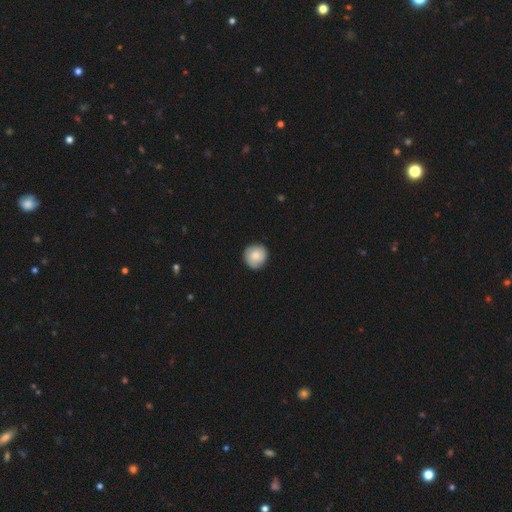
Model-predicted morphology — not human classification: Overall: smooth (74%). How rounded: round (93%). Merging: none (85%).